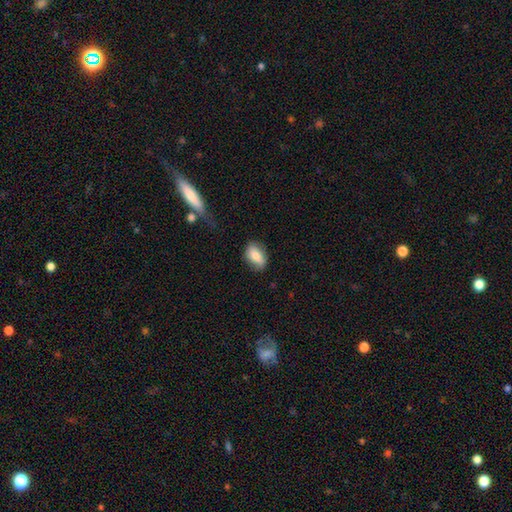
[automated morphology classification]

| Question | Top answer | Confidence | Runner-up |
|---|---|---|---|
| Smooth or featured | smooth | 79% | featured or disk (14%) |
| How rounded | in between | 86% | round (10%) |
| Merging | none | 74% | minor disturbance (19%) |